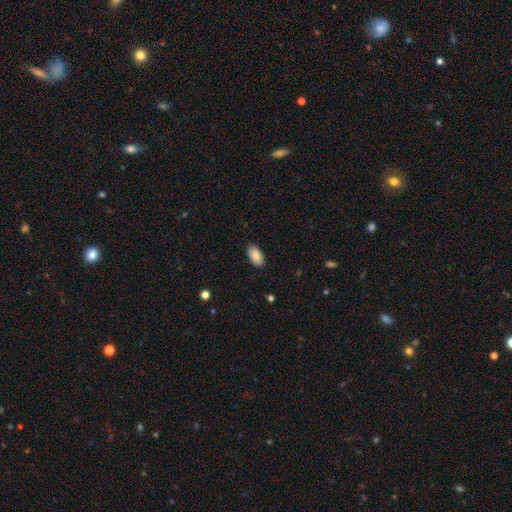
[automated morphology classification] type=smooth (88%); roundness=in between (95%); merging=none (88%).